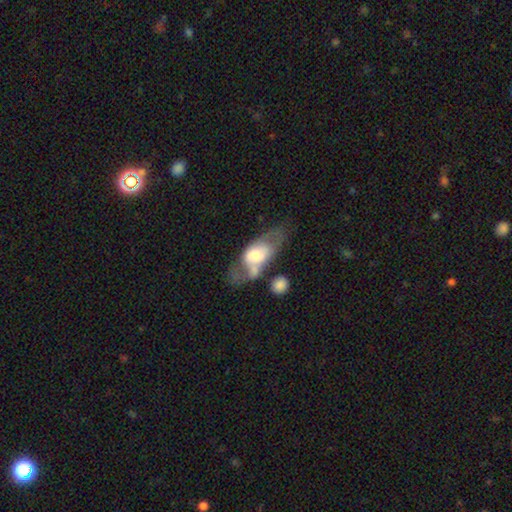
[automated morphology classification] The model was most divided on "smooth or featured": featured or disk: 48%, smooth: 46%, star or artifact: 6%. Remaining: merging — none (33%).